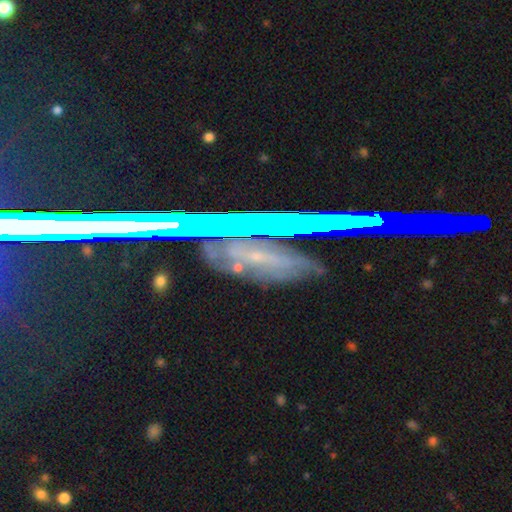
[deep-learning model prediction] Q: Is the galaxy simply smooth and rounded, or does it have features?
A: featured or disk — 44%.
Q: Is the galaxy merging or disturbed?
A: none — 81%.